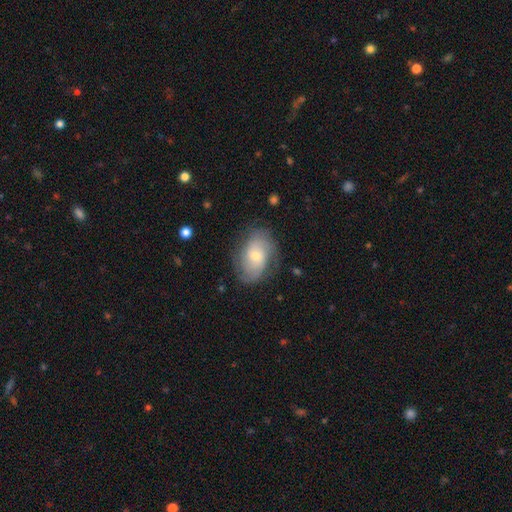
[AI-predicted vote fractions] featured or disk 55%, smooth 38%, star or artifact 7%. Down the decision tree: edge-on disk — no (95%); bar — no (72%); spiral arms — yes (81%); bulge size — small (49%); merging — none (71%).